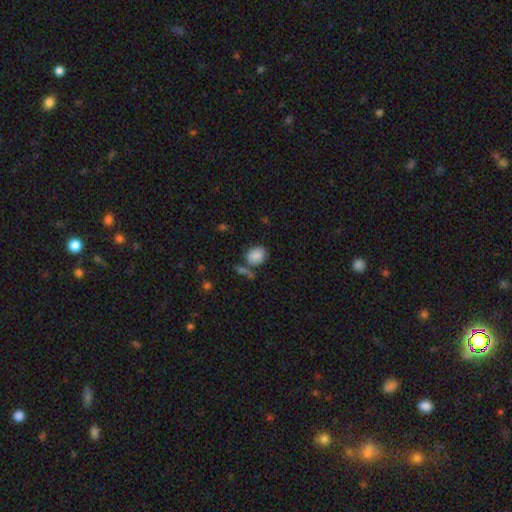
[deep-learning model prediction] Smooth or featured? Predicted: smooth (p=0.86). How rounded? Predicted: in between (p=0.50). Merging? Predicted: none (p=0.64).